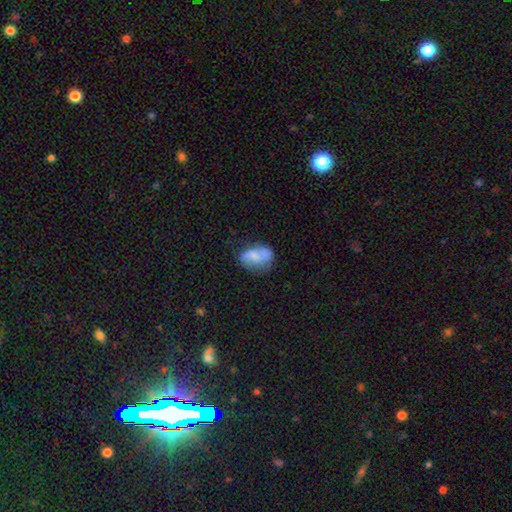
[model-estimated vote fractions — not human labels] smooth_or_featured: smooth (p=0.60) [alt: featured or disk p=0.32]
how_rounded: in between (p=0.81) [alt: round p=0.16]
merging: none (p=0.46) [alt: minor disturbance p=0.31]